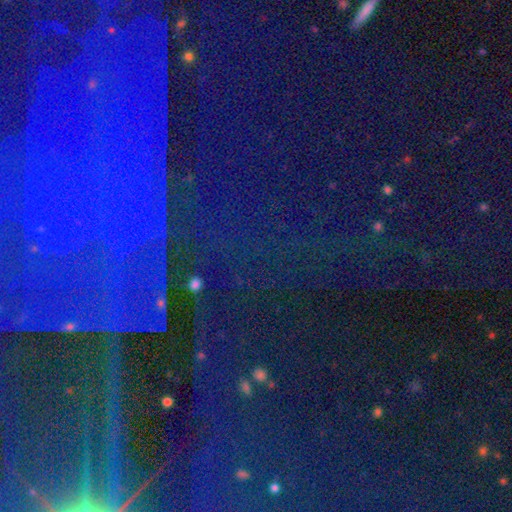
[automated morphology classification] This appears to be a star or artifact, not a galaxy (81%).